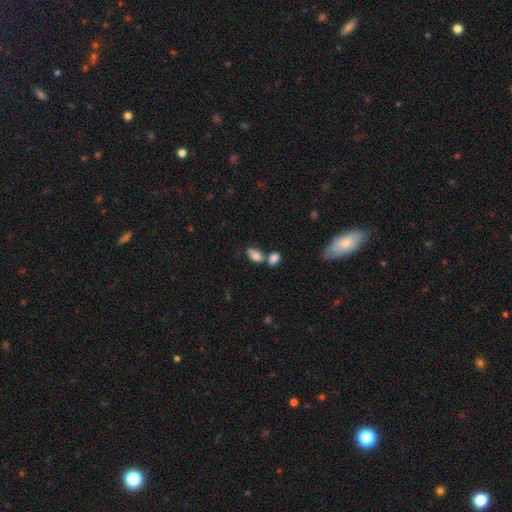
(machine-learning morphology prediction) type=smooth (82%); roundness=in between (90%); merging=merger (42%).